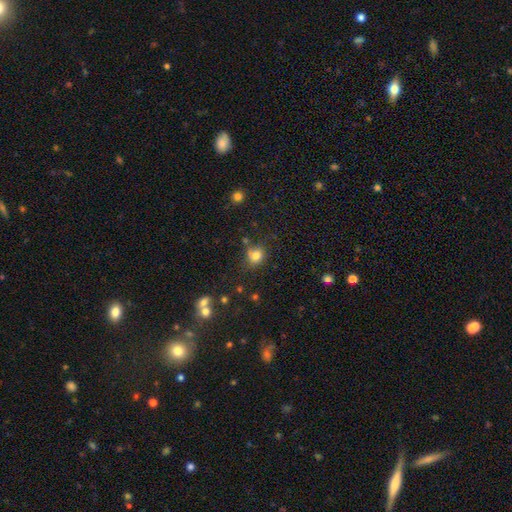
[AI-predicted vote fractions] Smooth or featured? Predicted: smooth (p=0.79). How rounded? Predicted: round (p=0.76). Merging? Predicted: none (p=0.65).